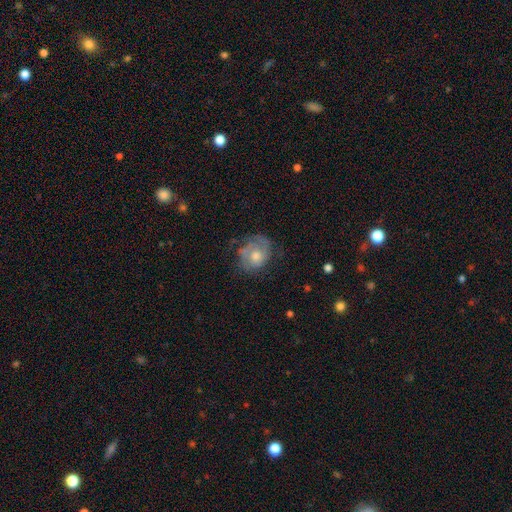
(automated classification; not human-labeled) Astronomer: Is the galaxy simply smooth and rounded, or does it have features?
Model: featured or disk — 60%.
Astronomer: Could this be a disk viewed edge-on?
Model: no — 97%.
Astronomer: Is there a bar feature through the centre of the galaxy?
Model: no — 80%.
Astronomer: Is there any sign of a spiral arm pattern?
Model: yes — 76%.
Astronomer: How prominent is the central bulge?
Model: moderate — 65%.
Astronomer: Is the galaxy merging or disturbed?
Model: none — 62%.